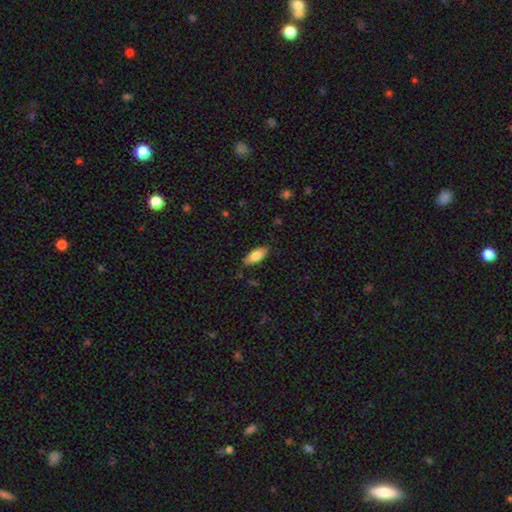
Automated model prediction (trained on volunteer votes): This appears to be a smooth galaxy with no disk features (80%) that is in between round and cigar-shaped (81%). Merging: none (84%).